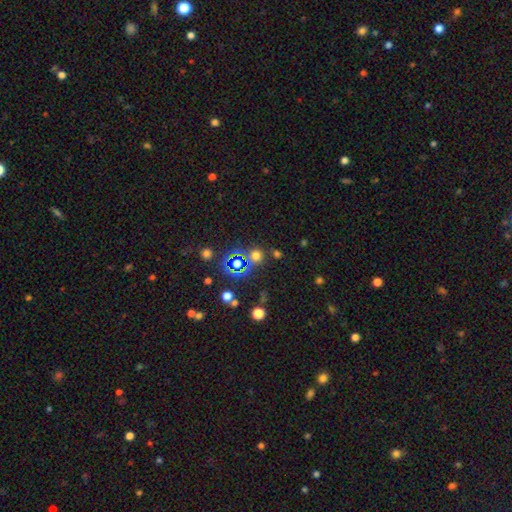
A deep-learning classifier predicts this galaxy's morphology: Smooth or featured?
  - smooth: 56% *
  - star or artifact: 38%
  - featured or disk: 6%
How rounded?
  - round: 87% *
  - in between: 12%
  - cigar-shaped: 1%
Merging?
  - none: 77% *
  - merger: 10%
  - minor disturbance: 9%
  - major disturbance: 4%